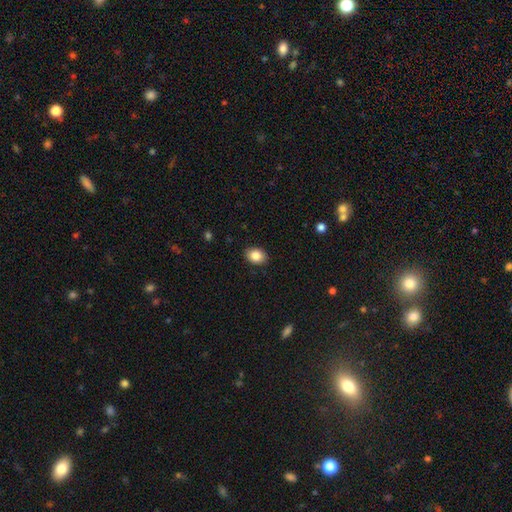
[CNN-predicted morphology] Smooth or featured: smooth — 87% (star or artifact — 8%)
How rounded: in between — 65% (round — 34%)
Merging: none — 89% (minor disturbance — 8%)